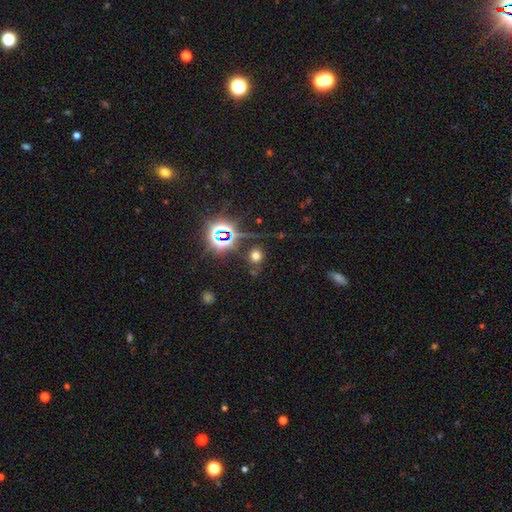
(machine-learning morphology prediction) The model was most divided on "smooth or featured": smooth: 55%, star or artifact: 35%, featured or disk: 9%. More confident: how rounded — round (80%); merging — none (79%).